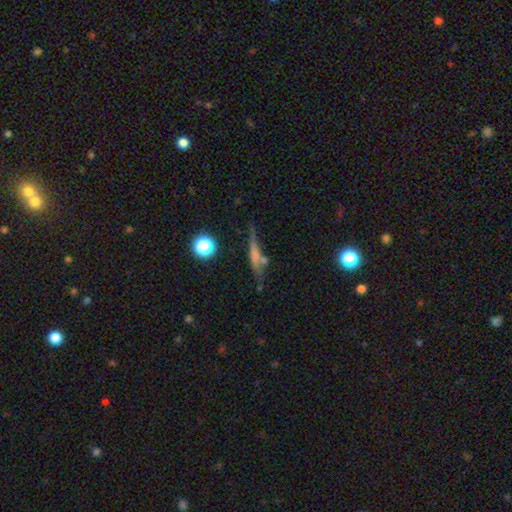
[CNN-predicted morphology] Smooth or featured: featured or disk — 45% (smooth — 43%)
Merging: none — 62% (minor disturbance — 19%)